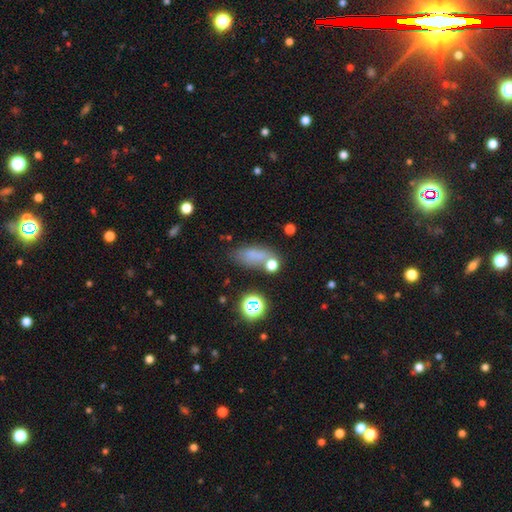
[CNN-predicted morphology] Smooth or featured? Predicted: smooth (p=0.72). How rounded? Predicted: in between (p=0.72). Merging? Predicted: none (p=0.62).